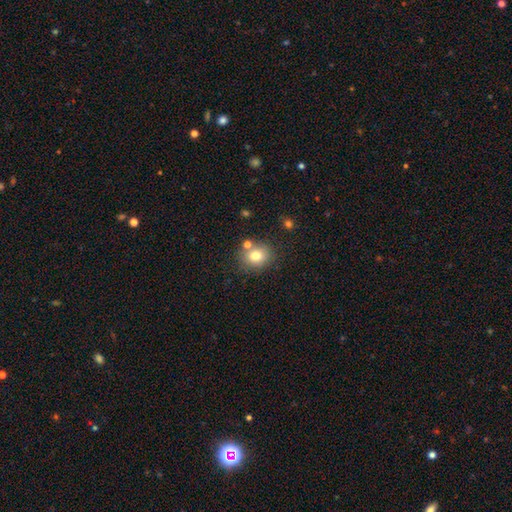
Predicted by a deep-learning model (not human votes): Q: Smooth or featured?
A: smooth (78%); runner-up: star or artifact (11%)
Q: How rounded?
A: round (69%); runner-up: in between (30%)
Q: Merging?
A: none (72%); runner-up: merger (13%)